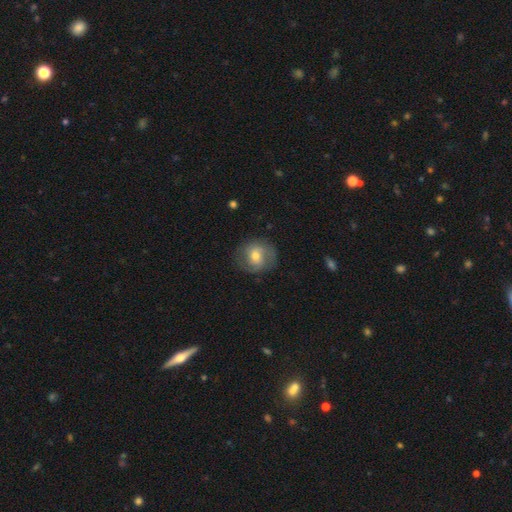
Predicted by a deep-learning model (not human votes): The model was most divided on "smooth or featured": smooth: 48%, featured or disk: 44%, star or artifact: 8%. More confident: merging — none (74%).